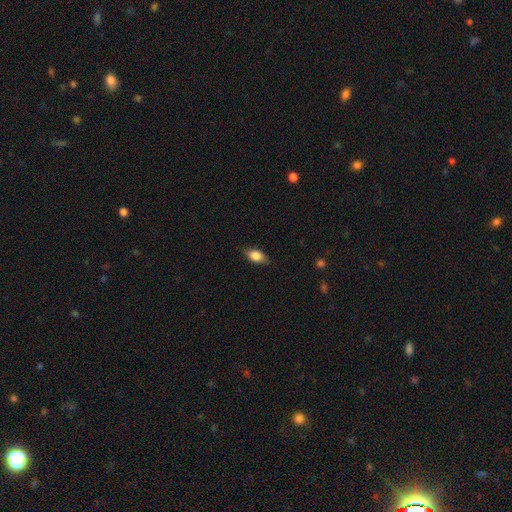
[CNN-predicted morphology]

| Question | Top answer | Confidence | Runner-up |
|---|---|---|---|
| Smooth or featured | smooth | 79% | featured or disk (13%) |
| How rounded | in between | 85% | round (8%) |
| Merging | none | 81% | minor disturbance (15%) |